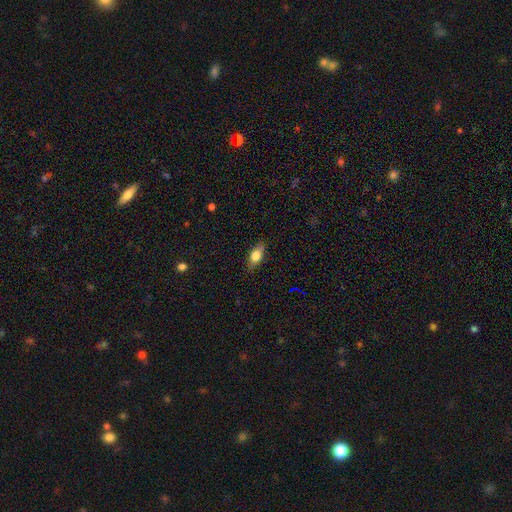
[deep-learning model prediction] A smooth galaxy with no disk features (67%) that is in between round and cigar-shaped (76%). Merging: none (80%).